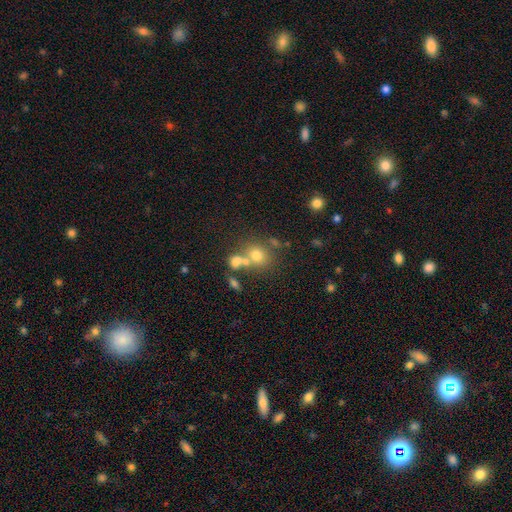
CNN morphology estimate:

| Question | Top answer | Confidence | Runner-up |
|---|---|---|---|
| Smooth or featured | smooth | 65% | star or artifact (18%) |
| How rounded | round | 76% | in between (23%) |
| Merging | none | 48% | merger (36%) |